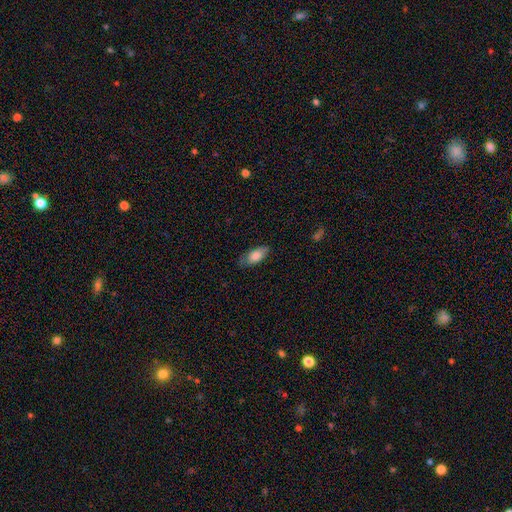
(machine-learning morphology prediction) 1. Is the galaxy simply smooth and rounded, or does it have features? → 80% smooth, 13% featured or disk, 7% star or artifact.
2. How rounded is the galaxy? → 86% in between, 11% cigar-shaped, 3% round.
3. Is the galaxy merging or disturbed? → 74% none, 20% minor disturbance, 5% major disturbance, 1% merger.